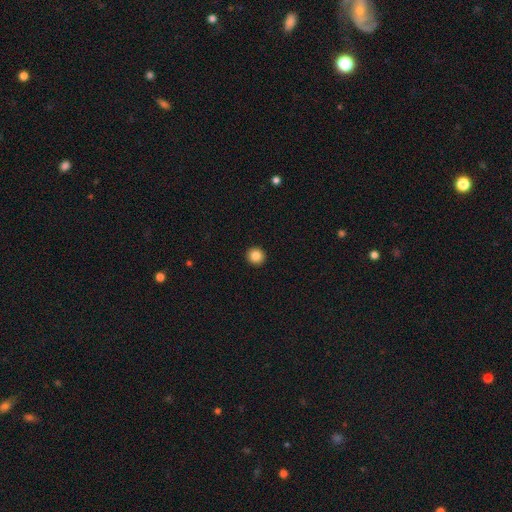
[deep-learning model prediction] Smooth or featured? Predicted: smooth (p=0.85). How rounded? Predicted: round (p=0.95). Merging? Predicted: none (p=0.94).